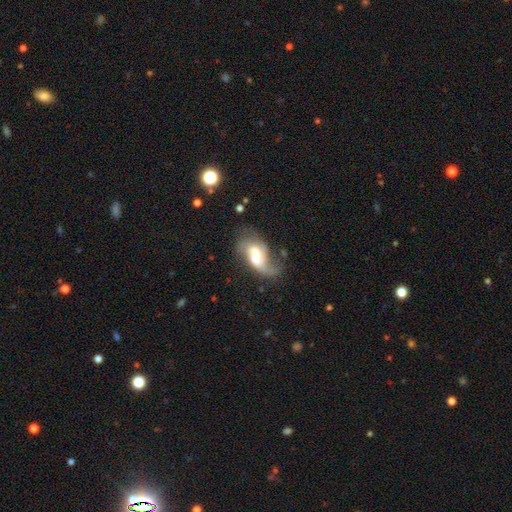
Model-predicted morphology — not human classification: Smooth or featured: featured or disk — 70% (smooth — 23%)
Edge-on disk: no — 96% (yes — 4%)
Bar: weak — 48% (no — 31%)
Spiral arms: yes — 85% (no — 15%)
Spiral winding: loose — 67% (medium — 26%)
Spiral arm count: 2 — 61% (1 — 24%)
Bulge size: moderate — 39% (large — 28%)
Merging: major disturbance — 38% (none — 32%)